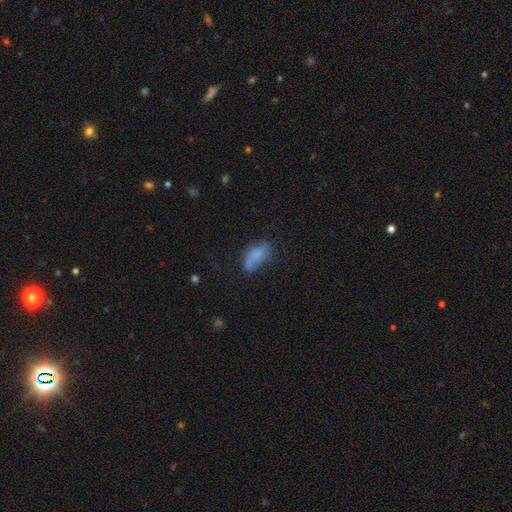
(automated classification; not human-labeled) Overall: smooth (61%; featured or disk 29%). How rounded: in between (85%). Merging: none (45%; minor disturbance 30%).